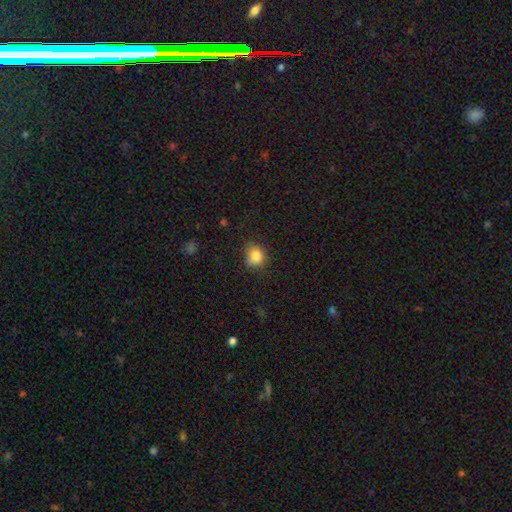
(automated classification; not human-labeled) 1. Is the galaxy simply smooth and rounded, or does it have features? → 83% smooth, 11% star or artifact, 7% featured or disk.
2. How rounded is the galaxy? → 67% round, 32% in between, 1% cigar-shaped.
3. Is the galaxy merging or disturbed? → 64% none, 27% minor disturbance, 7% major disturbance, 2% merger.